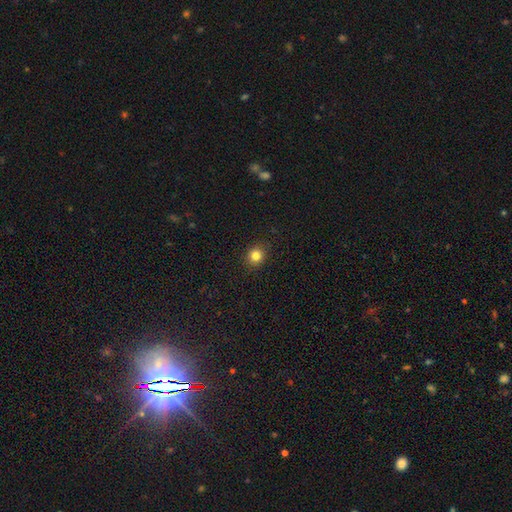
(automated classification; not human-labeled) Smooth or featured?
  - smooth: 82% *
  - star or artifact: 13%
  - featured or disk: 6%
How rounded?
  - round: 82% *
  - in between: 17%
  - cigar-shaped: 1%
Merging?
  - none: 91% *
  - minor disturbance: 6%
  - major disturbance: 2%
  - merger: 1%